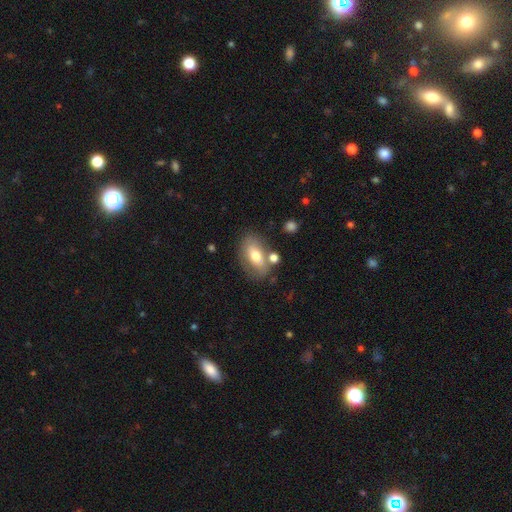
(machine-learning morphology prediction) Q: Smooth or featured?
A: smooth (59%); runner-up: featured or disk (33%)
Q: How rounded?
A: in between (86%); runner-up: round (10%)
Q: Merging?
A: none (66%); runner-up: minor disturbance (15%)